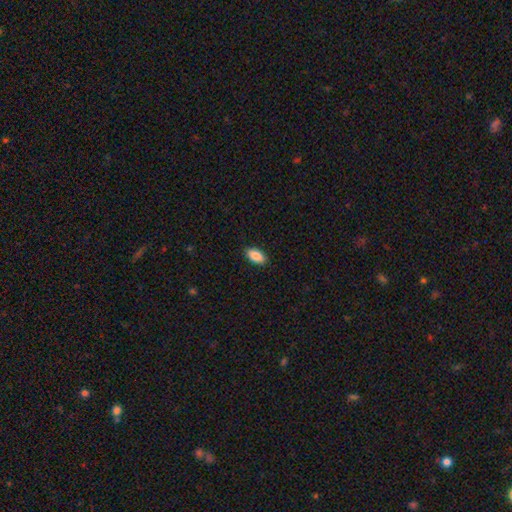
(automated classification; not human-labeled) Morphology: type=smooth (88%); roundness=in between (92%); merging=none (89%).